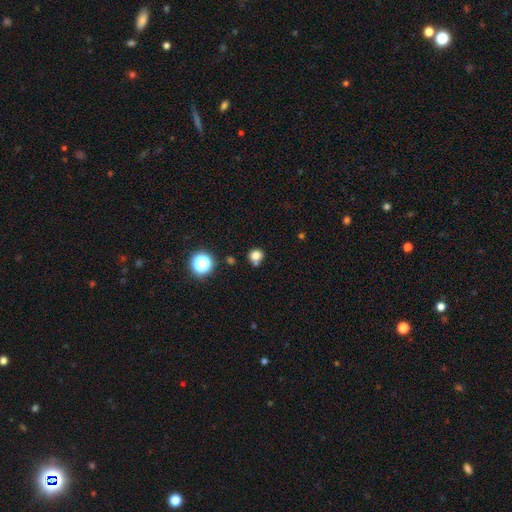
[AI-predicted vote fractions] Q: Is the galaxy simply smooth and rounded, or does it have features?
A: smooth — 79%.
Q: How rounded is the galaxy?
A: round — 81%.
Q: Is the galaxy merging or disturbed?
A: none — 66%.